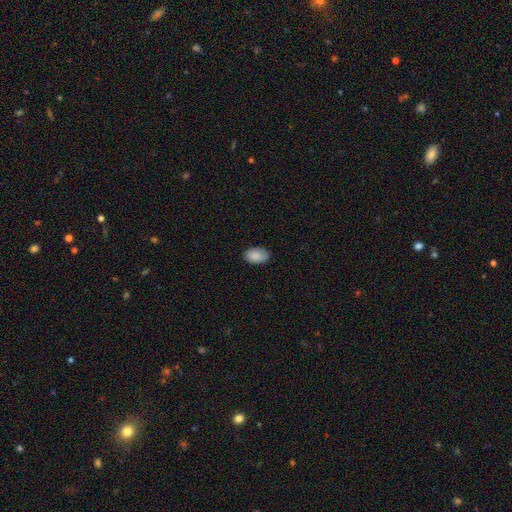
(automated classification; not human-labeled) Morphology: type=smooth (87%); roundness=in between (91%); merging=none (84%).